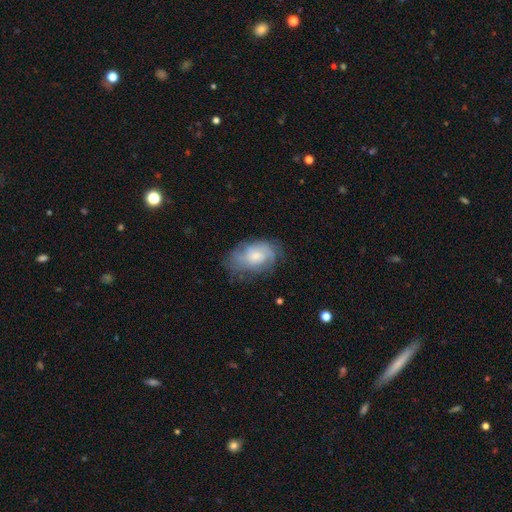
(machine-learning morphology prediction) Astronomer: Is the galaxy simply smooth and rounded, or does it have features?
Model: featured or disk — 57% (runner-up: smooth, 35%).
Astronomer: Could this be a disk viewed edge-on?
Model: no — 96%.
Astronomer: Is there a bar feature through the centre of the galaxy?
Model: no — 74%.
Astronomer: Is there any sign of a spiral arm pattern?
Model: yes — 80%.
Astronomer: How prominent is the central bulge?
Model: small — 50% (runner-up: moderate, 39%).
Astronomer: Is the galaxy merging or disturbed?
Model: none — 63%.